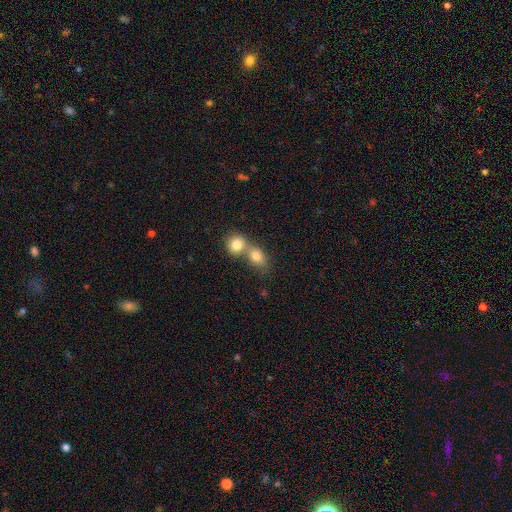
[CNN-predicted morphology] smooth-or-featured: smooth: 78% | featured or disk: 11% | star or artifact: 11%
  how-rounded: round: 60% | in between: 38% | cigar-shaped: 2%
  merging: merger: 62% | none: 30% | minor disturbance: 6% | major disturbance: 2%